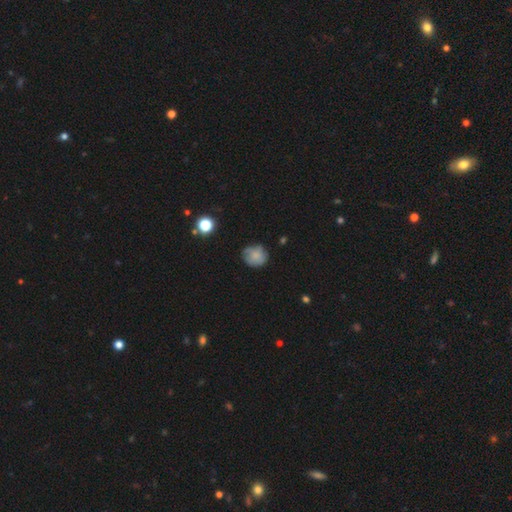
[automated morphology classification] smooth 75%, featured or disk 16%, star or artifact 9%. Down the decision tree: how rounded — round (80%); merging — none (64%).